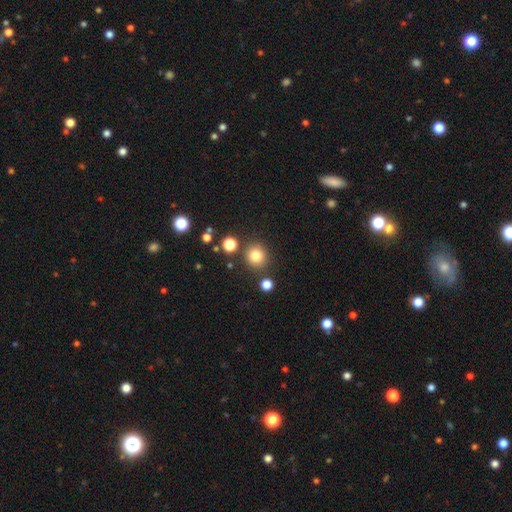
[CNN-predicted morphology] type=smooth (81%); roundness=round (90%); merging=none (84%).